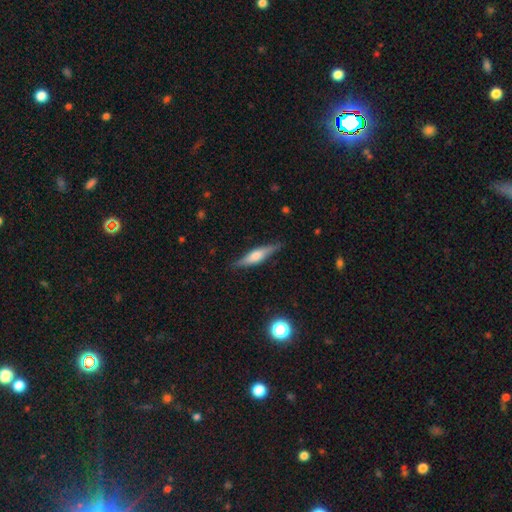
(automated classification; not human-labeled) A featured or disk galaxy (57%) viewed edge-on (95%) with a rounded central bulge (79%).

Vote fractions:
- Smooth or featured? featured or disk: 57% / smooth: 36% / star or artifact: 7%
- Edge-on disk? yes: 95% / no: 5%
- Edge-on bulge? rounded: 79% / boxy: 15% / none: 6%
- Merging? none: 86% / minor disturbance: 10% / major disturbance: 2% / merger: 1%